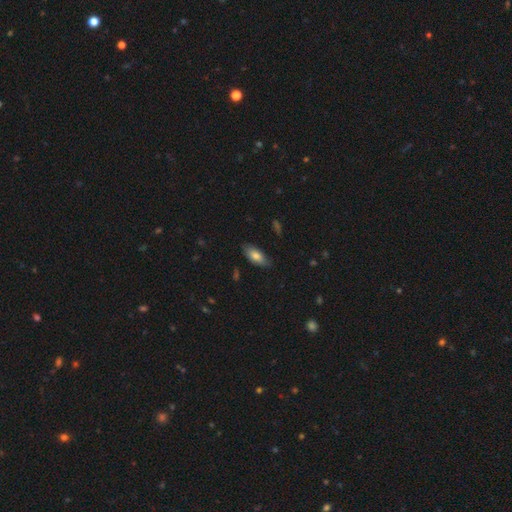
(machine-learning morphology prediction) This appears to be a smooth galaxy with no disk features (77%) that is in between round and cigar-shaped (86%). Merging: none (79%).